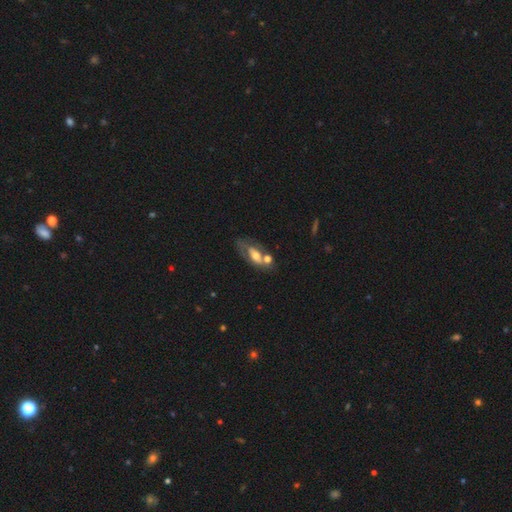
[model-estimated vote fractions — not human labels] Smooth or featured?
  - featured or disk: 55% *
  - smooth: 36%
  - star or artifact: 8%
Edge-on disk?
  - no: 83% *
  - yes: 17%
Merging?
  - none: 43% *
  - merger: 25%
  - minor disturbance: 19%
  - major disturbance: 13%